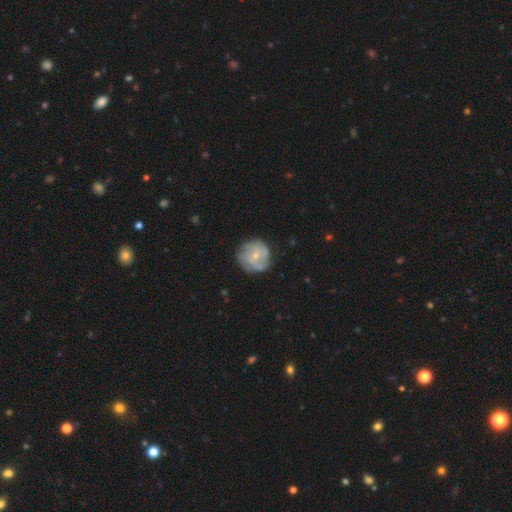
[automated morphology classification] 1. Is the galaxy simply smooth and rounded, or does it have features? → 53% featured or disk, 39% smooth, 7% star or artifact.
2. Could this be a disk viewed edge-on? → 98% no, 2% yes.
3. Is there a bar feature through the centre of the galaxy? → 77% no, 19% weak, 3% strong.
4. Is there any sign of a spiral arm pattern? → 62% yes, 38% no.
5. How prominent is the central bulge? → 69% small, 26% moderate, 3% none, 1% large, 1% dominant.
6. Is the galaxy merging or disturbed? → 72% none, 19% minor disturbance, 7% major disturbance, 2% merger.